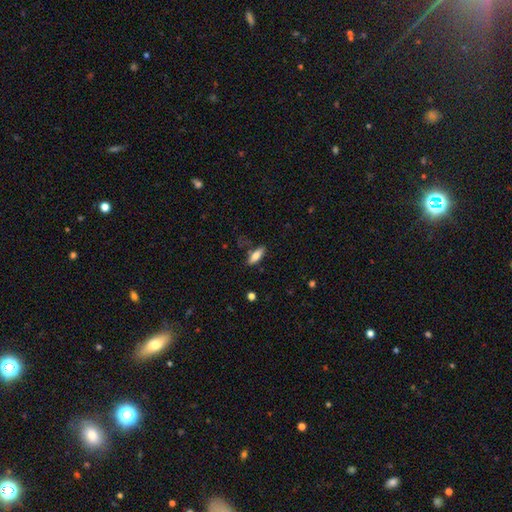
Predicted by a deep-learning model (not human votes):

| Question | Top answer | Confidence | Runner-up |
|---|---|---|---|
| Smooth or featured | smooth | 75% | featured or disk (18%) |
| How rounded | in between | 61% | cigar-shaped (36%) |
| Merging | none | 73% | minor disturbance (17%) |